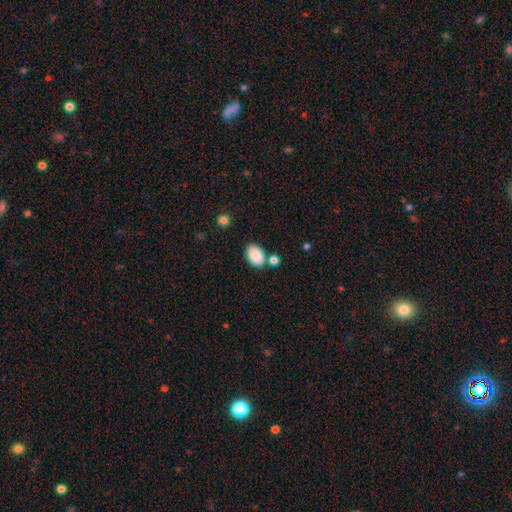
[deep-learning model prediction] Overall: smooth (88%). How rounded: in between (89%). Merging: none (75%).